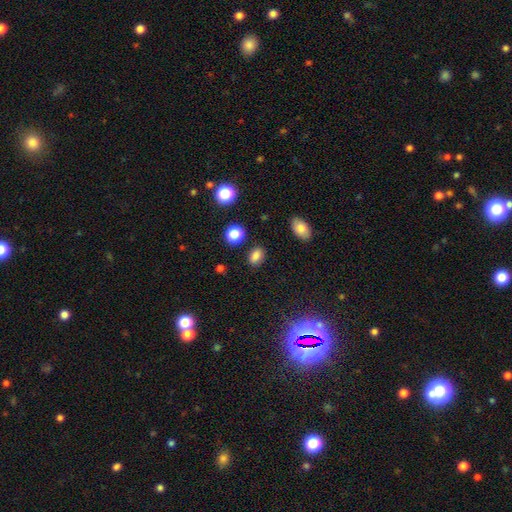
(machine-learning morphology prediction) A smooth galaxy with no disk features (82%) that is in between round and cigar-shaped (77%).

Vote fractions:
- Smooth or featured? smooth: 82% / star or artifact: 13% / featured or disk: 5%
- How rounded? in between: 77% / round: 21% / cigar-shaped: 2%
- Merging? none: 84% / minor disturbance: 10% / merger: 3% / major disturbance: 3%